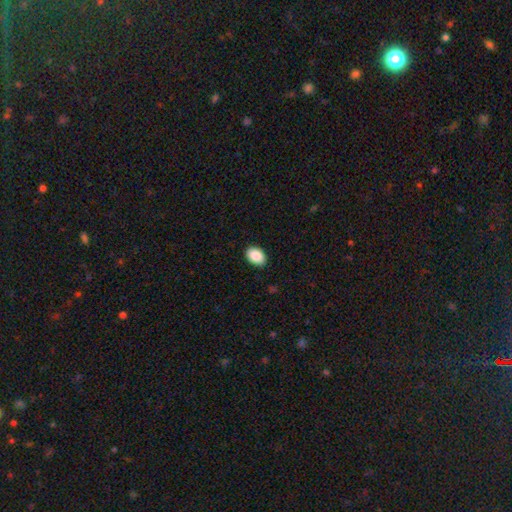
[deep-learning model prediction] Smooth or featured? smooth (90%)
How rounded? in between (84%)
Merging? none (89%)